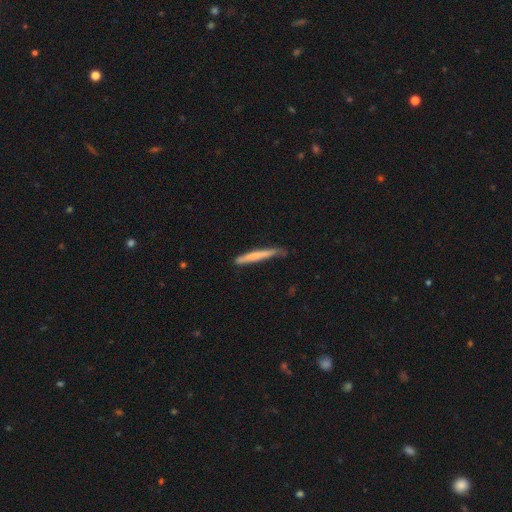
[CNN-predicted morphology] type=smooth (64%); roundness=cigar-shaped (96%); merging=none (70%).